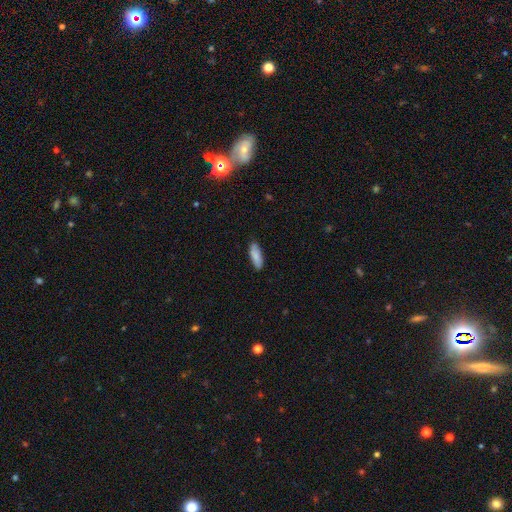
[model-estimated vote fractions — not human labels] This is clearly a smooth galaxy (83%). How rounded: possibly in between (59%). Merging: clearly none (82%).